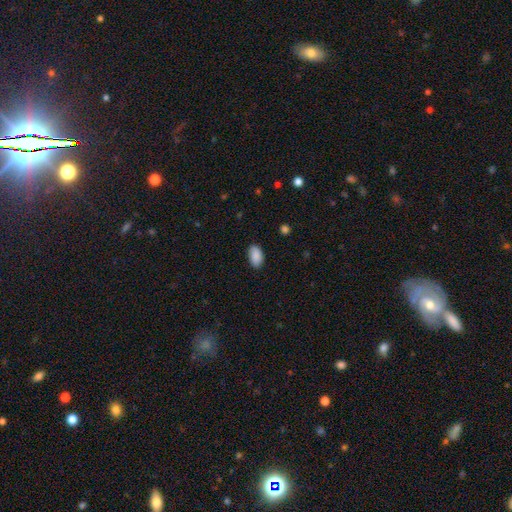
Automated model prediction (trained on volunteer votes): A smooth galaxy with no disk features (90%) that is in between round and cigar-shaped (94%).

Vote fractions:
- Smooth or featured? smooth: 90% / star or artifact: 7% / featured or disk: 4%
- How rounded? in between: 94% / round: 4% / cigar-shaped: 2%
- Merging? none: 86% / minor disturbance: 11% / major disturbance: 2% / merger: 1%